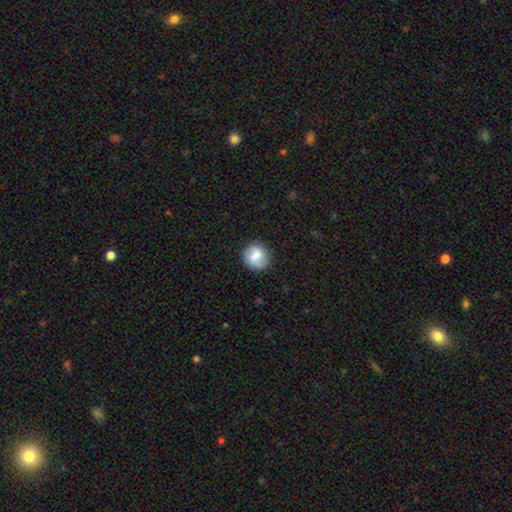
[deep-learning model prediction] Smooth or featured? smooth (72%)
How rounded? round (85%)
Merging? none (82%)